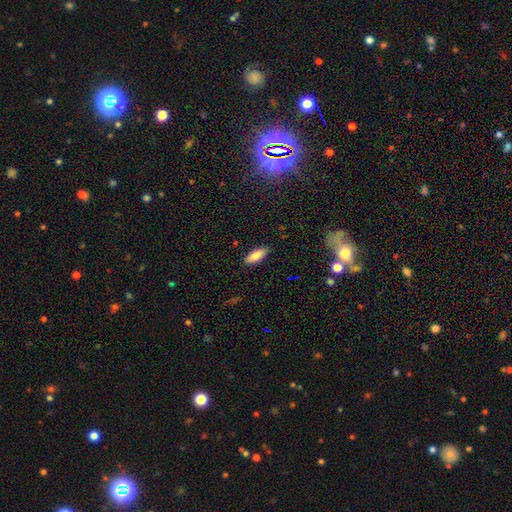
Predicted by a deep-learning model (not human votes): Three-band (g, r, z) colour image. It shows a smooth galaxy with no disk features (85%) that is in between round and cigar-shaped (73%). Merging: none (87%).